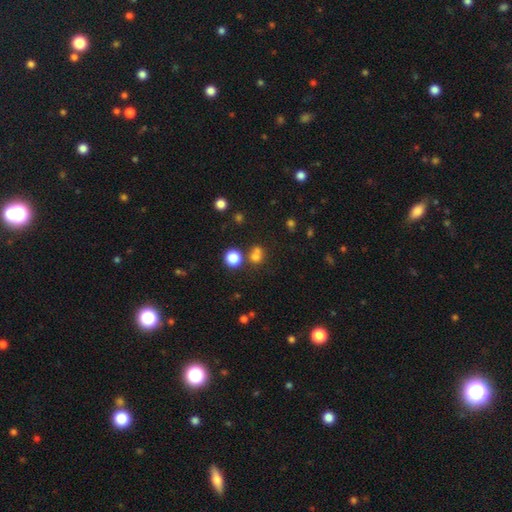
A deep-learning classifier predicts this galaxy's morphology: This appears to be a smooth galaxy with no disk features (71%) that is round (81%). Merging: none (51%).